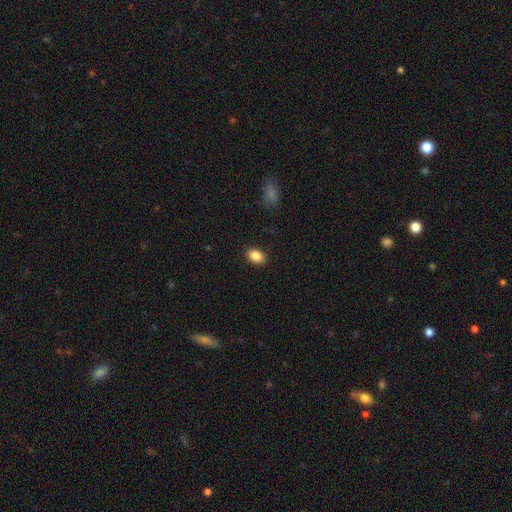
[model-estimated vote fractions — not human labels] This appears to be a smooth galaxy with no disk features (86%) that is in between round and cigar-shaped (79%). Merging: none (88%).